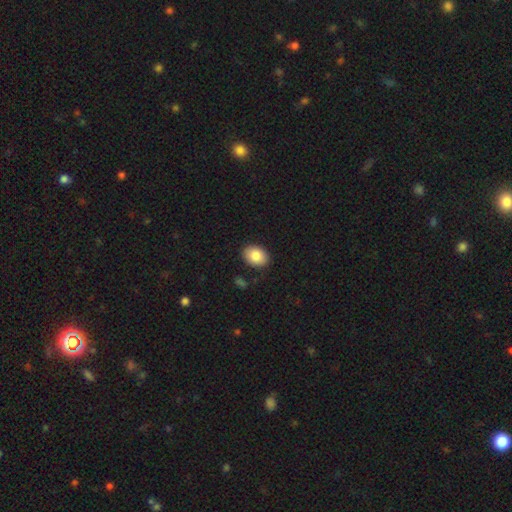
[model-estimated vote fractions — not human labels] smooth_or_featured: smooth (p=0.86) [alt: star or artifact p=0.07]
how_rounded: in between (p=0.75) [alt: round p=0.24]
merging: none (p=0.88) [alt: minor disturbance p=0.08]